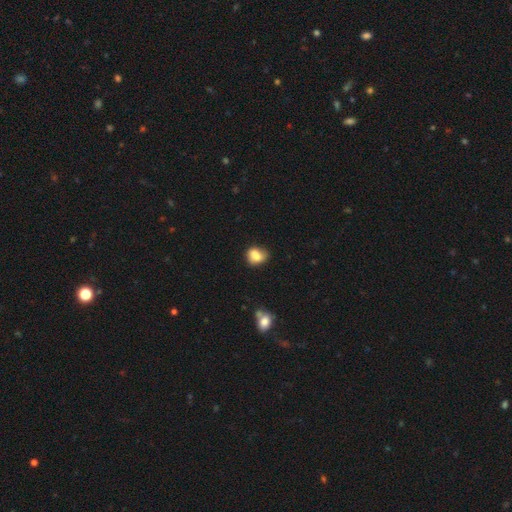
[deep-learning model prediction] Smooth or featured: smooth — 77% (featured or disk — 13%)
How rounded: in between — 50% (round — 49%)
Merging: none — 45% (minor disturbance — 28%)